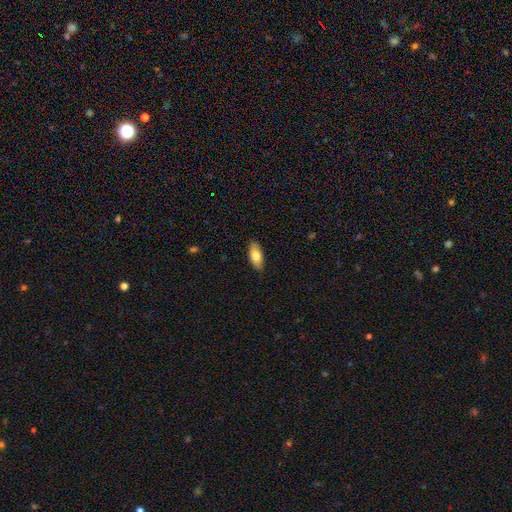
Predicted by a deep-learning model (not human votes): Smooth or featured? Predicted: smooth (p=0.78). How rounded? Predicted: in between (p=0.85). Merging? Predicted: none (p=0.88).